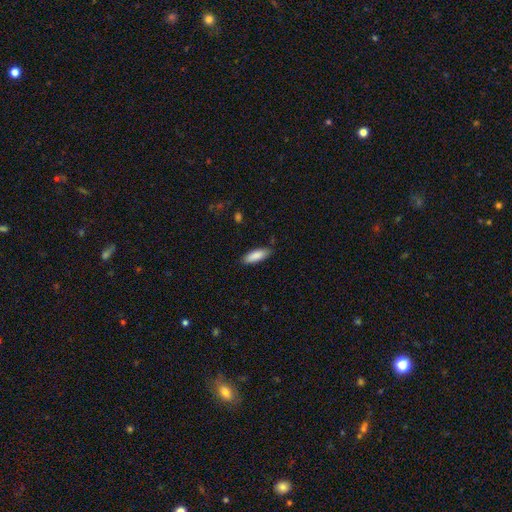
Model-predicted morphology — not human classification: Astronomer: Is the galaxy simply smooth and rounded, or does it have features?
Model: smooth — 87%.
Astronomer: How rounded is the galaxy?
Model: in between — 58% (runner-up: cigar-shaped, 41%).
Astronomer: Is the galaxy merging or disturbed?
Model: none — 85%.